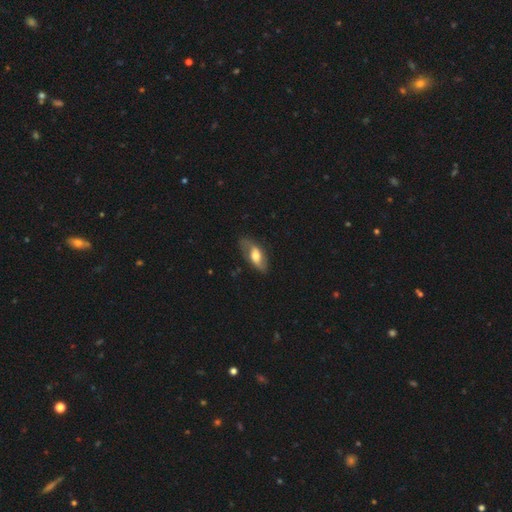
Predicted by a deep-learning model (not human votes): The model was most divided on "smooth or featured": featured or disk: 55%, smooth: 39%, star or artifact: 6%. More confident: edge-on disk — no (83%); merging — none (70%).